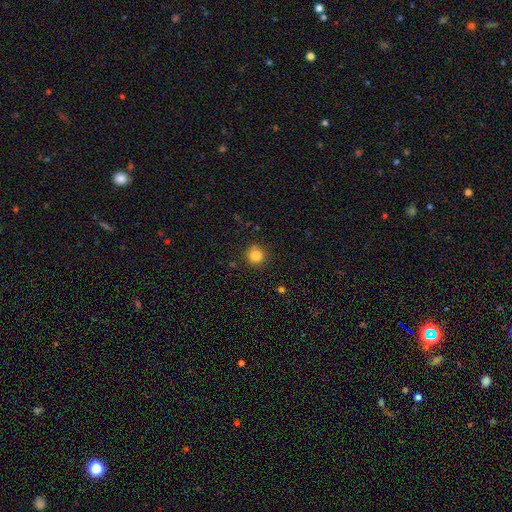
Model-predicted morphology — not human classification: This is clearly a smooth galaxy (84%). How rounded: clearly round (93%). Merging: clearly none (87%).